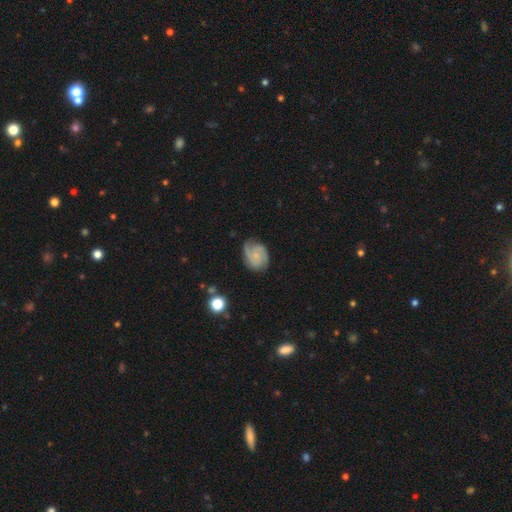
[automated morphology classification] This appears to be a featured or disk galaxy (73%) with no bar (70%), 2 (47%) tight (45%) spiral arms (95%) and a small central bulge (63%). Merging: none (71%).